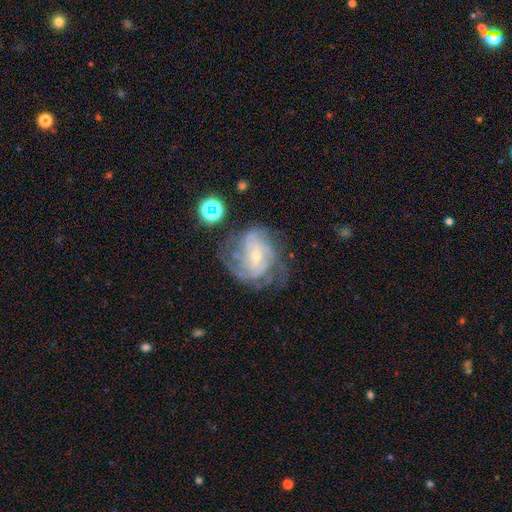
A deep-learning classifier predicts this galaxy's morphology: This is clearly a featured or disk galaxy (80%). It is clearly not viewed edge-on (97%). Bar: possibly no (46%). Spiral arm pattern: clearly yes (91%). Spiral arm count: marginally can't tell (38%). Spiral winding: possibly tight (50%). Central bulge: likely small (72%). Merging: possibly none (57%).